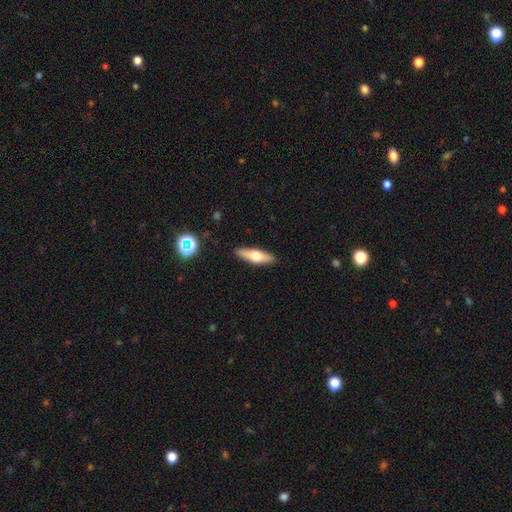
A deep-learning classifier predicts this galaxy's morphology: Smooth or featured: smooth — 49% (featured or disk — 44%)
Merging: none — 89% (minor disturbance — 8%)